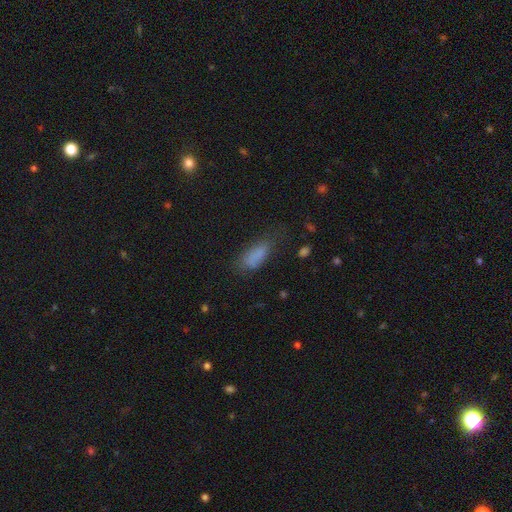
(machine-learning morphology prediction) smooth-or-featured: smooth: 82% | star or artifact: 10% | featured or disk: 8%
  how-rounded: in between: 75% | cigar-shaped: 22% | round: 3%
  merging: none: 57% | minor disturbance: 27% | major disturbance: 13% | merger: 3%